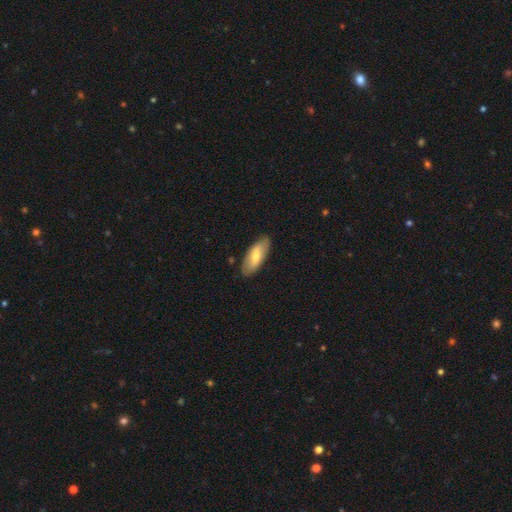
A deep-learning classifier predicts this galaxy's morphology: This appears to be a smooth galaxy with no disk features (65%) that is in between round and cigar-shaped (80%). Merging: none (85%).